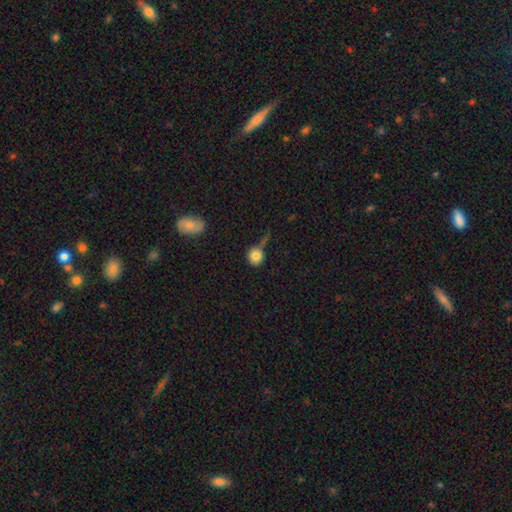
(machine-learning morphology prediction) Smooth or featured: smooth — 82% (featured or disk — 9%)
How rounded: round — 85% (in between — 14%)
Merging: none — 48% (minor disturbance — 21%)